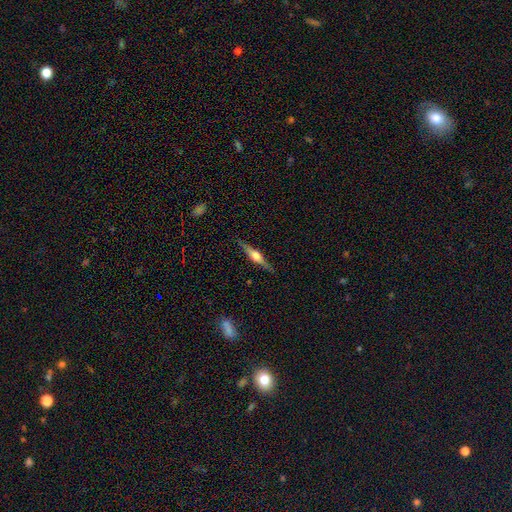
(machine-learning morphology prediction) Smooth or featured? Predicted: featured or disk (p=0.75). Edge-on disk? Predicted: yes (p=0.97). Edge-on bulge? Predicted: rounded (p=0.87). Merging? Predicted: none (p=0.88).